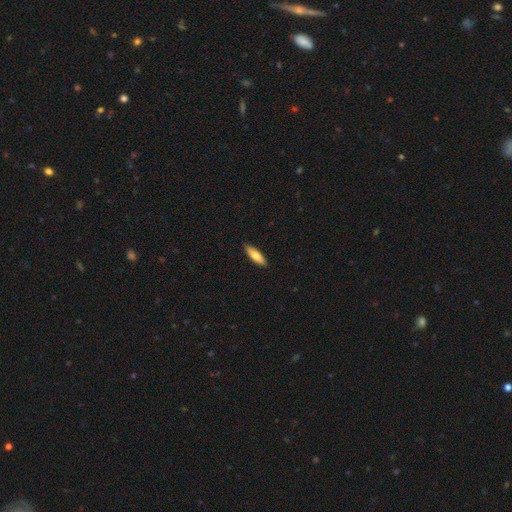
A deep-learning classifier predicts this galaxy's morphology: Smooth or featured? smooth (73%)
How rounded? cigar-shaped (60%)
Merging? none (90%)